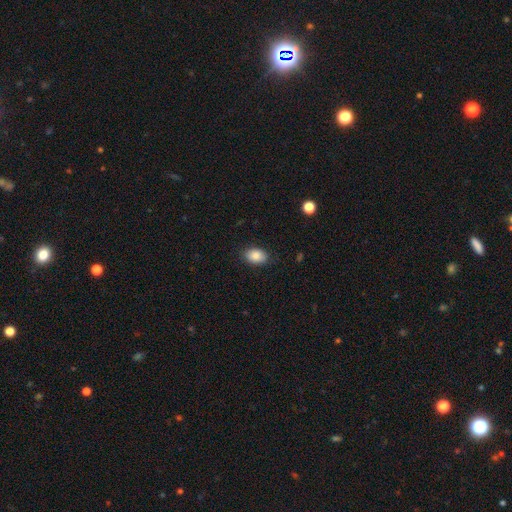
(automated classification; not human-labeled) This is clearly a smooth galaxy (87%). How rounded: clearly in between (84%). Merging: clearly none (86%).